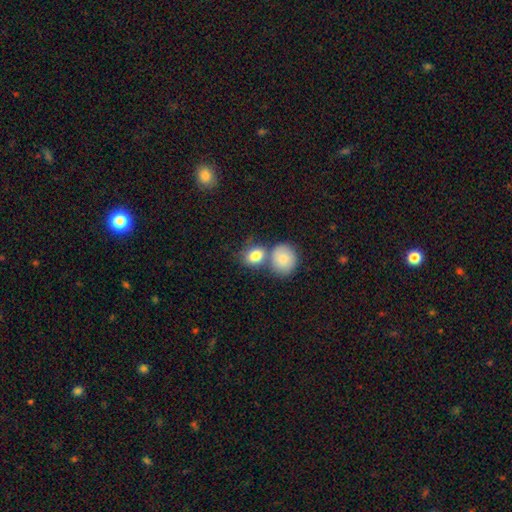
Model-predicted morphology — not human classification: Smooth or featured? Predicted: smooth (p=0.83). How rounded? Predicted: in between (p=0.51). Merging? Predicted: merger (p=0.43).